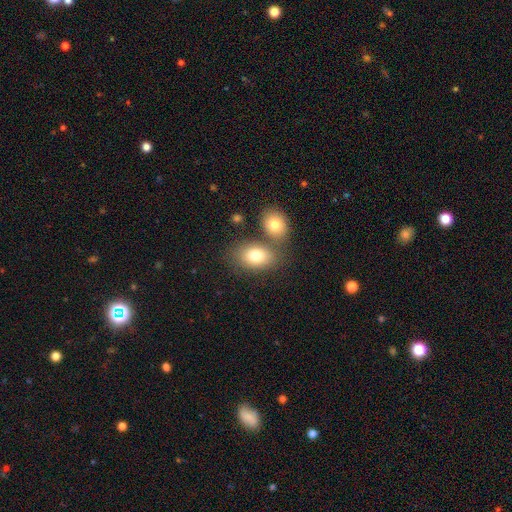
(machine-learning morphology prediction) A smooth galaxy with no disk features (79%) that is in between round and cigar-shaped (80%).

Vote fractions:
- Smooth or featured? smooth: 79% / featured or disk: 12% / star or artifact: 9%
- How rounded? in between: 80% / round: 19% / cigar-shaped: 1%
- Merging? none: 54% / merger: 31% / minor disturbance: 11% / major disturbance: 4%